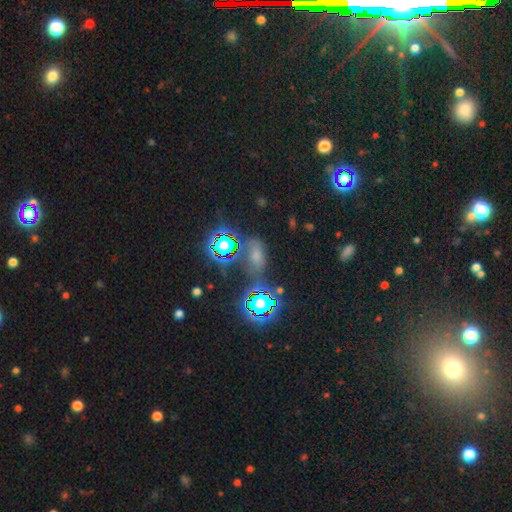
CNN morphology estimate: This appears to be a star or artifact, not a galaxy (46%).